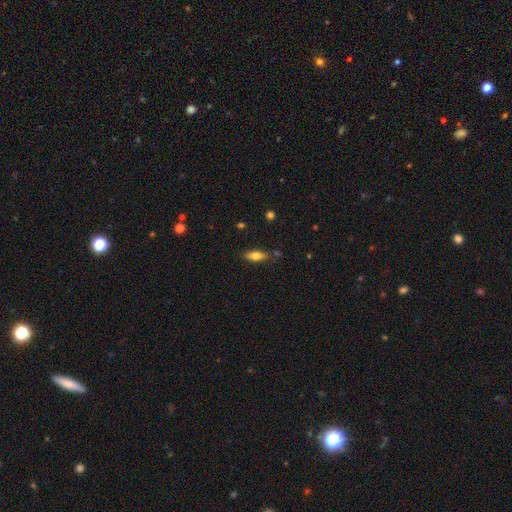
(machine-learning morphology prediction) Smooth or featured? Predicted: smooth (p=0.67). How rounded? Predicted: in between (p=0.64). Merging? Predicted: none (p=0.80).